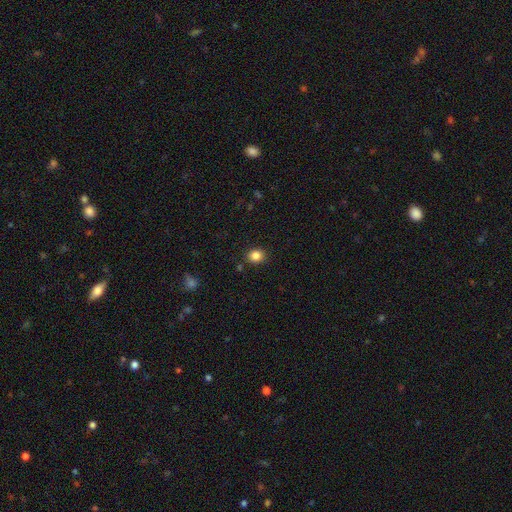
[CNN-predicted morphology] This appears to be a smooth galaxy with no disk features (84%) that is round (72%). Merging: none (89%).